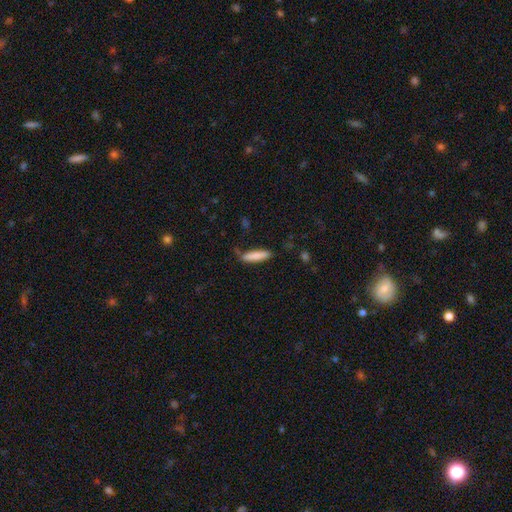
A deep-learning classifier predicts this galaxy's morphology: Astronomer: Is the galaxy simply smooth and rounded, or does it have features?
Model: smooth — 83%.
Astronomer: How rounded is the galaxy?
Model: cigar-shaped — 81%.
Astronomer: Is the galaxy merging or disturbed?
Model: none — 76%.